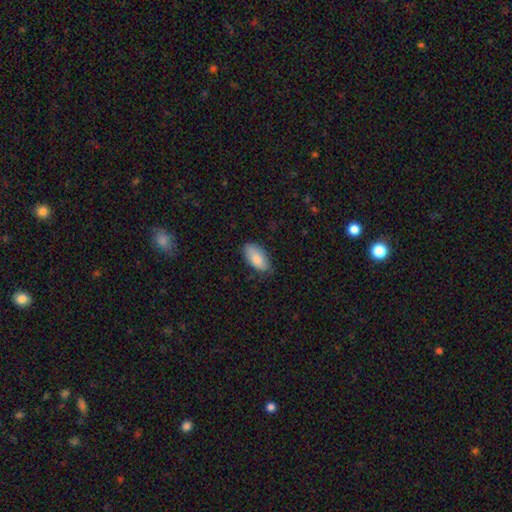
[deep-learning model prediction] A smooth galaxy with no disk features (84%) that is in between round and cigar-shaped (92%).

Vote fractions:
- Smooth or featured? smooth: 84% / featured or disk: 9% / star or artifact: 6%
- How rounded? in between: 92% / cigar-shaped: 6% / round: 2%
- Merging? none: 78% / minor disturbance: 18% / major disturbance: 3% / merger: 1%